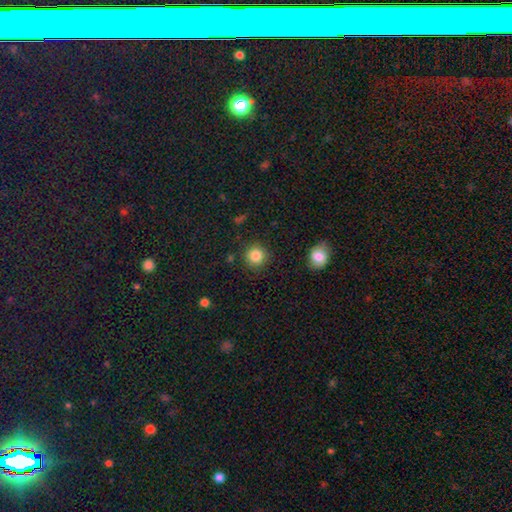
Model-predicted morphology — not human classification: smooth 86%, star or artifact 10%, featured or disk 4%. Down the decision tree: how rounded — round (92%); merging — none (88%).